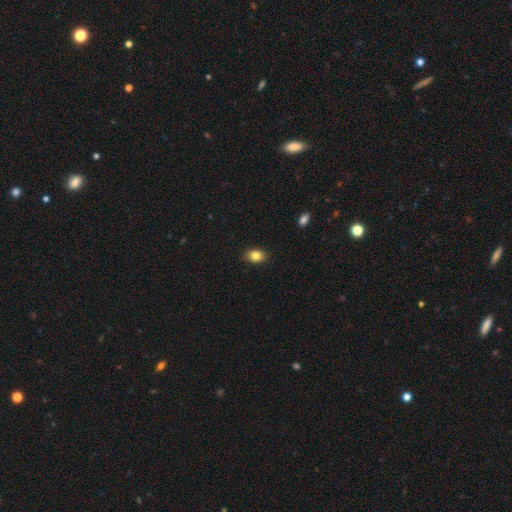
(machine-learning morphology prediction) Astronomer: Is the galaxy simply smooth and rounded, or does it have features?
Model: smooth — 84%.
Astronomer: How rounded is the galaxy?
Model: in between — 70%.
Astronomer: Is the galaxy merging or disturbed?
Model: none — 87%.